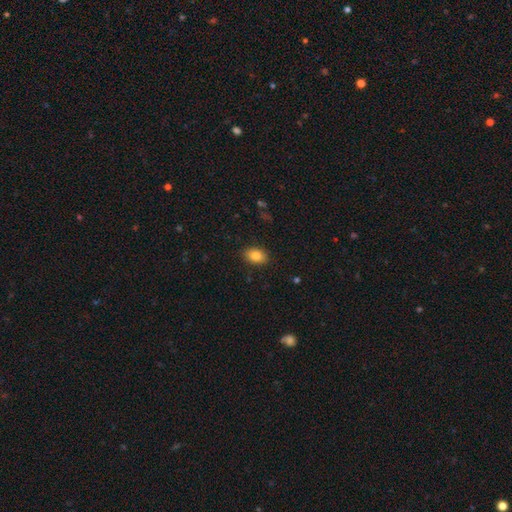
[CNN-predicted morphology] Smooth or featured?
  - smooth: 84% *
  - star or artifact: 9%
  - featured or disk: 7%
How rounded?
  - in between: 82% *
  - round: 17%
  - cigar-shaped: 1%
Merging?
  - none: 88% *
  - minor disturbance: 9%
  - major disturbance: 2%
  - merger: 1%